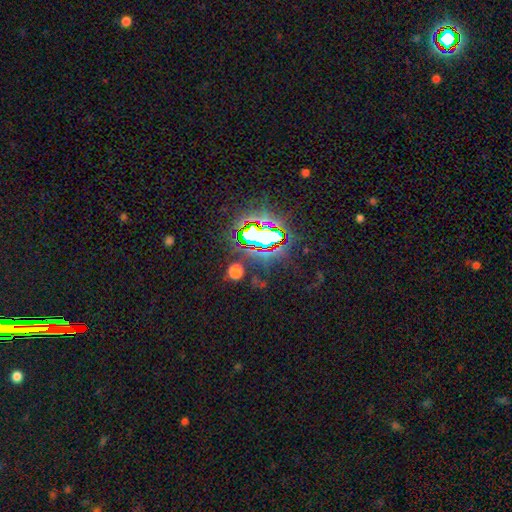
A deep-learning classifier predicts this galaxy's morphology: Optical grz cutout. It shows a star or artifact, not a galaxy (83%).